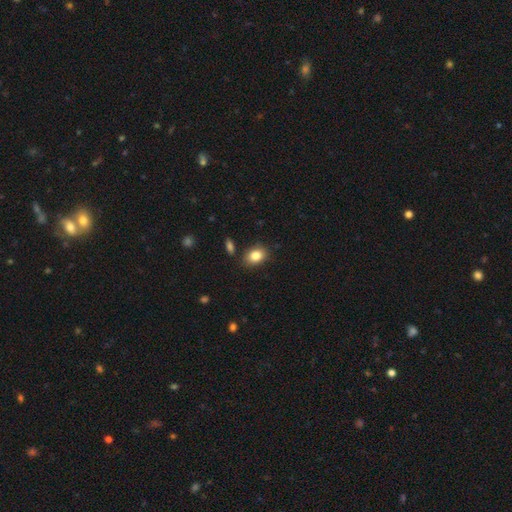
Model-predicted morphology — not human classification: Smooth or featured? smooth (84%)
How rounded? in between (75%)
Merging? none (84%)